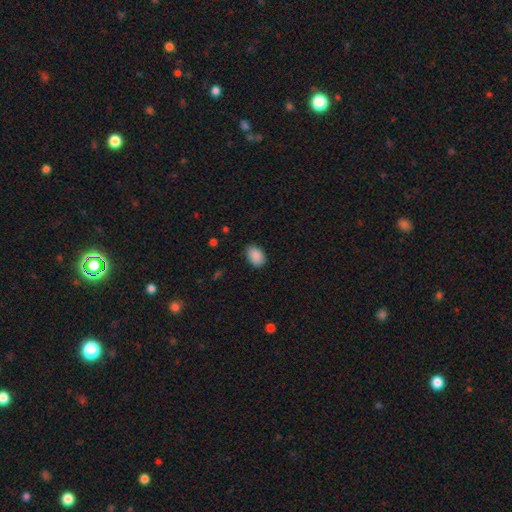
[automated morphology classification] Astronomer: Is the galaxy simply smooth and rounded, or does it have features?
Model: smooth — 89%.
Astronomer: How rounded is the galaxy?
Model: in between — 85%.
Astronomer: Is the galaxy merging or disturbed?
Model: none — 82%.